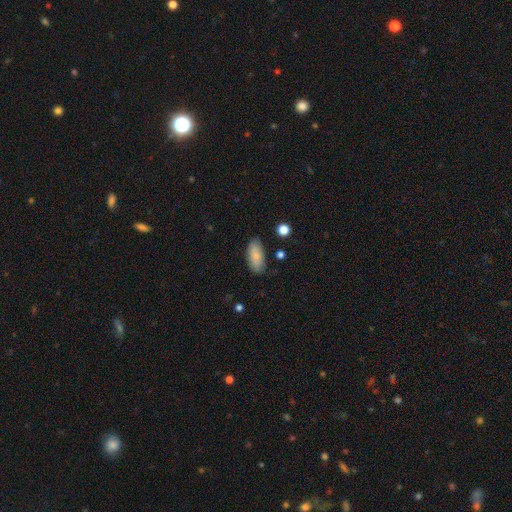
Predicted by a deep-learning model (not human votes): Q: Smooth or featured?
A: smooth (83%); runner-up: featured or disk (11%)
Q: How rounded?
A: in between (89%); runner-up: cigar-shaped (9%)
Q: Merging?
A: none (79%); runner-up: minor disturbance (16%)